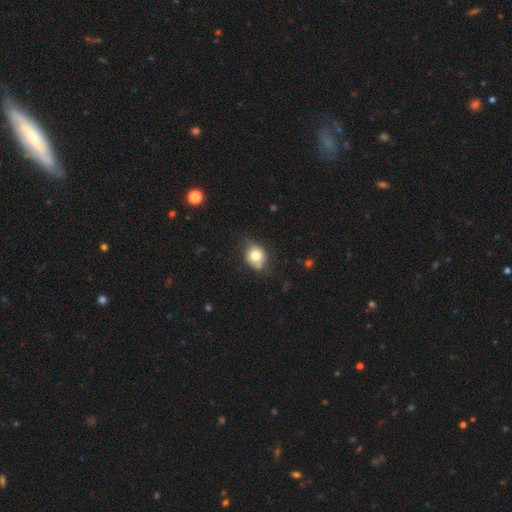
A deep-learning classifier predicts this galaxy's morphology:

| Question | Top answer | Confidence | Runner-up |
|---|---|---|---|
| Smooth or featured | smooth | 74% | featured or disk (16%) |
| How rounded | round | 57% | in between (42%) |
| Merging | none | 60% | minor disturbance (30%) |